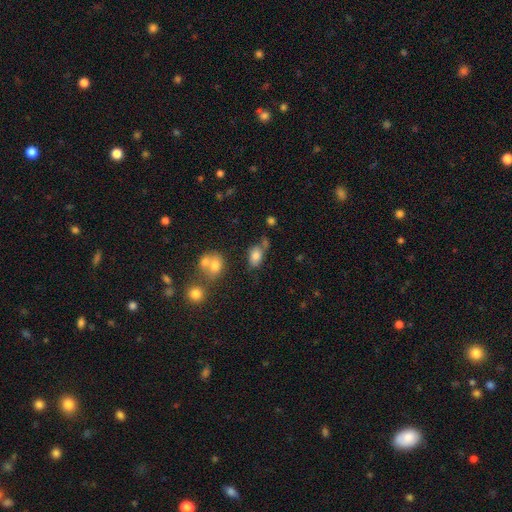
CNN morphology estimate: This appears to be a smooth galaxy with no disk features (80%) that is in between round and cigar-shaped (84%). Merging: none (54%).